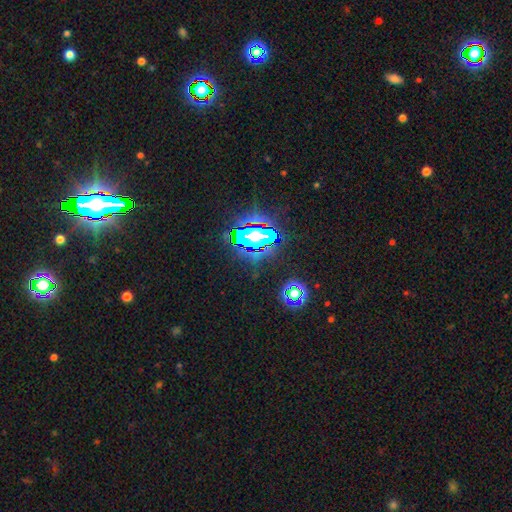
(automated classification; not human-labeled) A star or artifact, not a galaxy (78%).

Vote fractions:
- Smooth or featured? star or artifact: 78% / smooth: 12% / featured or disk: 11%